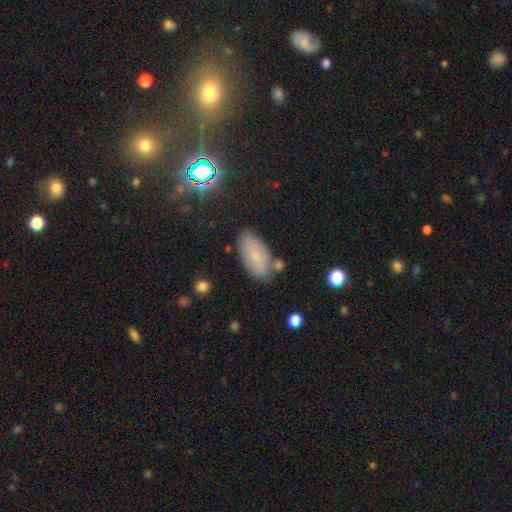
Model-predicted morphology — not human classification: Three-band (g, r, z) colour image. It shows a smooth galaxy with no disk features (66%) that is in between round and cigar-shaped (92%). Merging: none (70%).